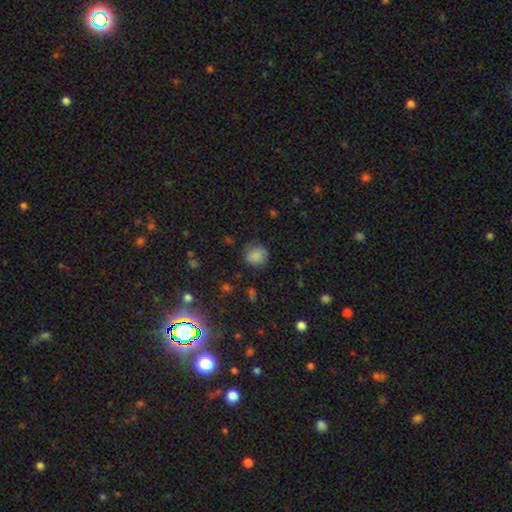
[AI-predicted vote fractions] Overall: smooth (84%). How rounded: round (90%). Merging: none (80%).